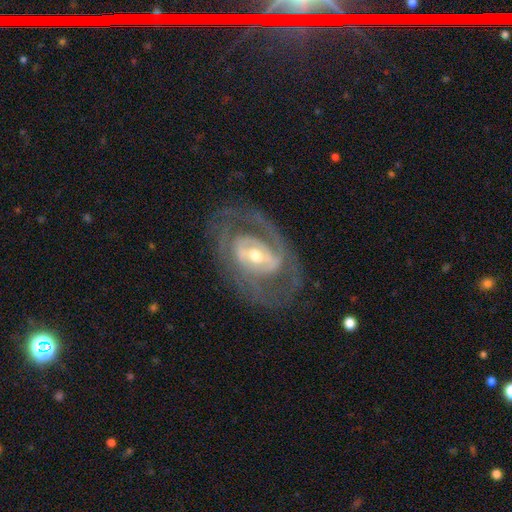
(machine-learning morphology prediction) This appears to be a featured or disk galaxy (87%) with a weak bar (40%), 2 (60%) tight (47%) spiral arms (85%) and a moderate central bulge (62%). Merging: none (69%).